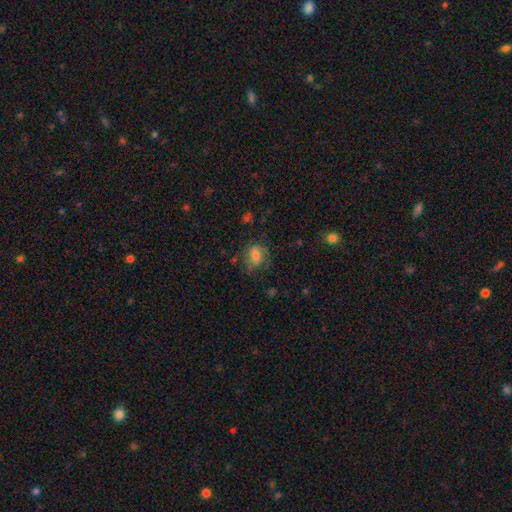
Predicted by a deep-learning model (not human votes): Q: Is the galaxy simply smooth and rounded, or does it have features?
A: smooth — 65%.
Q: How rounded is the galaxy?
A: in between — 69%.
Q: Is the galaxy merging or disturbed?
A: none — 55%.